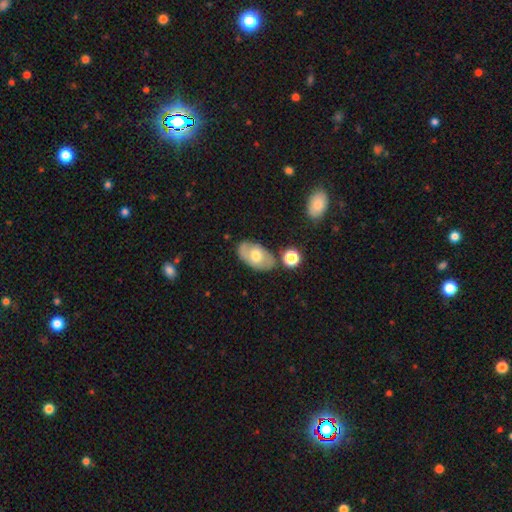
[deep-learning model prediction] Overall: smooth (51%; featured or disk 41%). How rounded: in between (91%). Merging: none (71%).